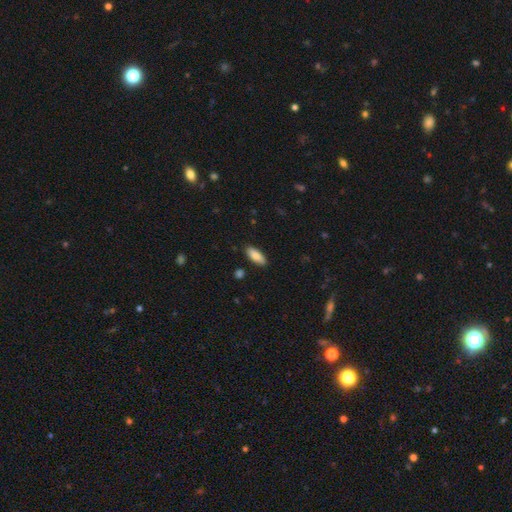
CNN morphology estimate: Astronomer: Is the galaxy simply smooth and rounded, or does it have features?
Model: smooth — 85%.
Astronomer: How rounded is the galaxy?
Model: in between — 75%.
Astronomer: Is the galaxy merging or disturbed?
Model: none — 88%.